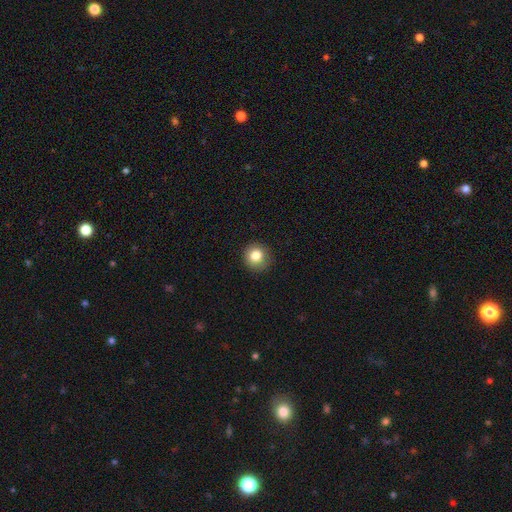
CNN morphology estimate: The model was most divided on "smooth or featured": smooth: 82%, star or artifact: 10%, featured or disk: 8%. More confident: how rounded — round (91%); merging — none (89%).